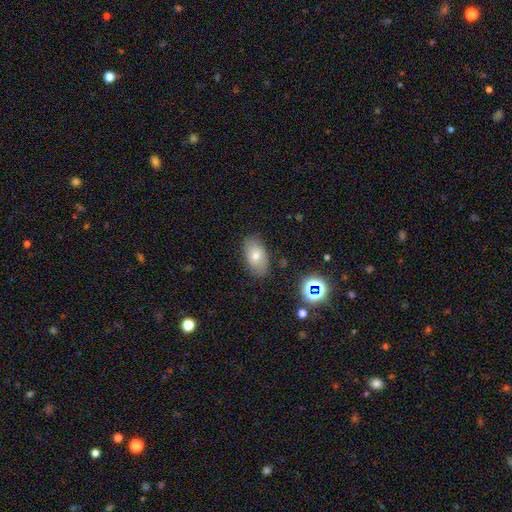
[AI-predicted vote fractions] smooth-or-featured: smooth: 70% | featured or disk: 20% | star or artifact: 10%
  how-rounded: in between: 92% | round: 6% | cigar-shaped: 2%
  merging: none: 82% | minor disturbance: 13% | major disturbance: 3% | merger: 2%